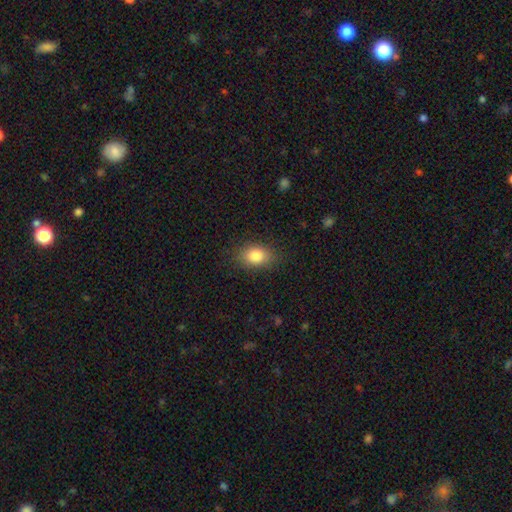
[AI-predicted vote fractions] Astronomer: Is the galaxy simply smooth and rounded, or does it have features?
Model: smooth — 83%.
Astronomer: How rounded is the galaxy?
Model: in between — 74%.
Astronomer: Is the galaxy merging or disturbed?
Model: none — 84%.